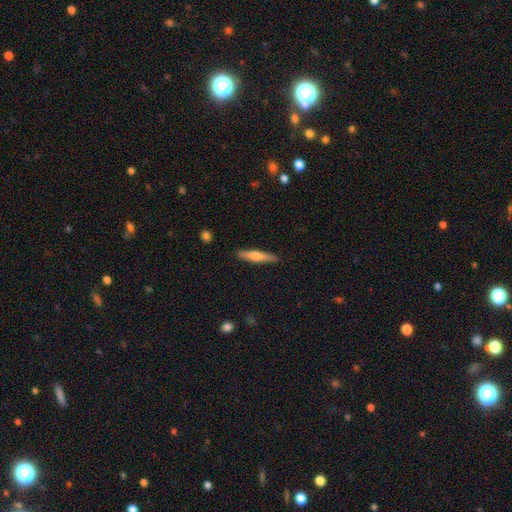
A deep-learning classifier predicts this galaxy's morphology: This is possibly a smooth galaxy (58%). How rounded: clearly cigar-shaped (88%). Merging: clearly none (90%).